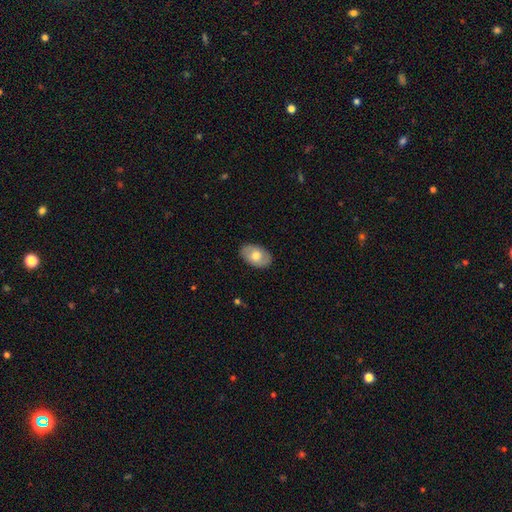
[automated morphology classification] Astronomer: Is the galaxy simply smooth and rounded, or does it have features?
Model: smooth — 61%.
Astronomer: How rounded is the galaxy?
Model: in between — 89%.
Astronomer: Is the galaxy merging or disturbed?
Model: none — 86%.